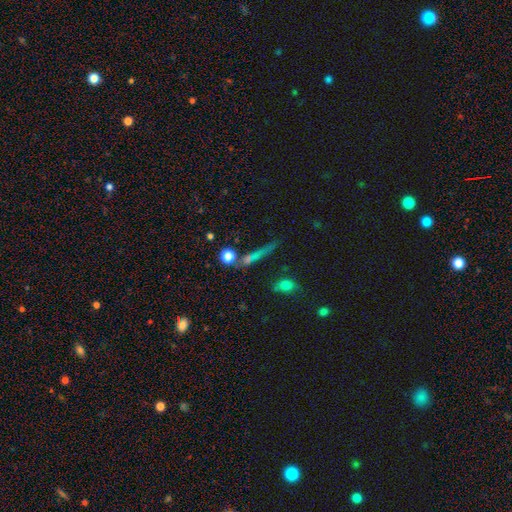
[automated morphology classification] Smooth or featured? Predicted: smooth (p=0.51). How rounded? Predicted: cigar-shaped (p=0.61). Merging? Predicted: none (p=0.68).